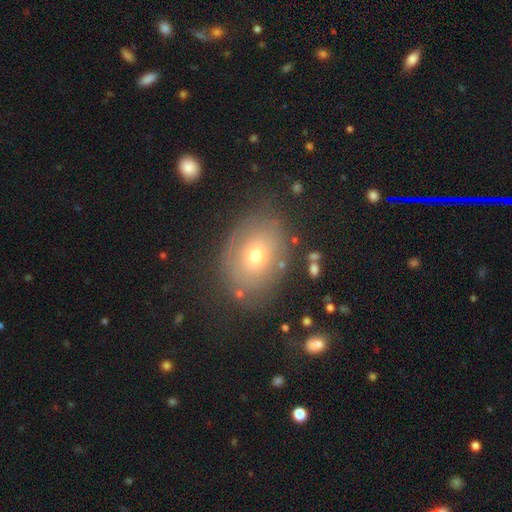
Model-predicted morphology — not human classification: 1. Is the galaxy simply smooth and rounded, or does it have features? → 54% smooth, 32% featured or disk, 14% star or artifact.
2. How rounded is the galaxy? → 71% in between, 28% round, 1% cigar-shaped.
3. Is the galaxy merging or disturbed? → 78% none, 14% minor disturbance, 6% major disturbance, 2% merger.